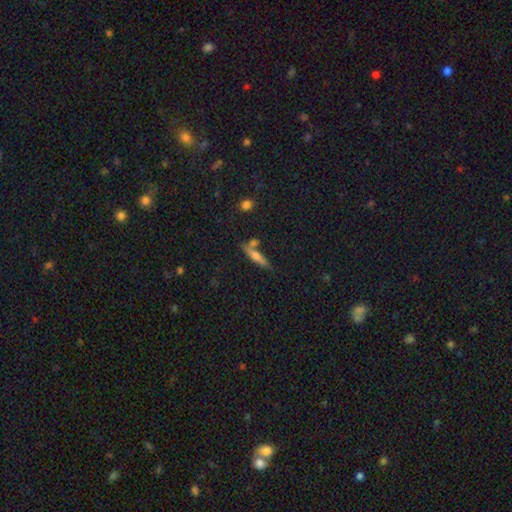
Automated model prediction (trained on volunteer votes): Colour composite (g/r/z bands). It shows a smooth galaxy with no disk features (58%) that is cigar-shaped (80%). Merging: none (63%).